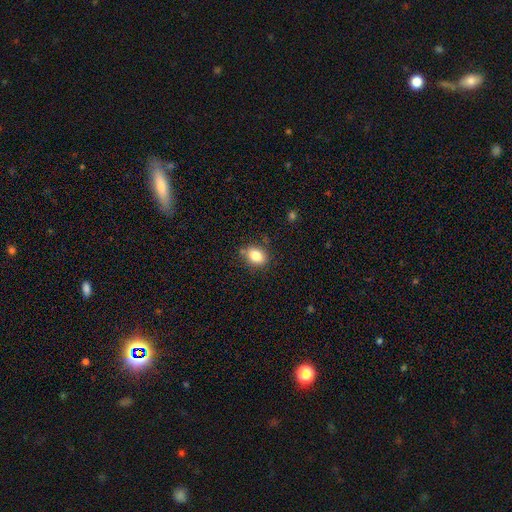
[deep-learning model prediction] smooth_or_featured: smooth (p=0.83) [alt: star or artifact p=0.09]
how_rounded: in between (p=0.66) [alt: round p=0.32]
merging: none (p=0.80) [alt: minor disturbance p=0.13]